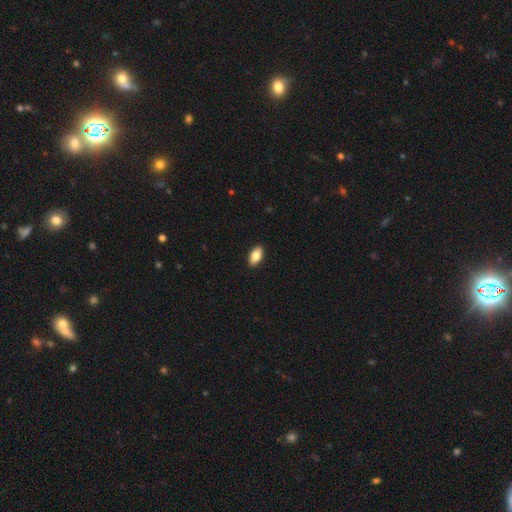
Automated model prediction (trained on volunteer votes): Overall: smooth (81%). How rounded: in between (90%). Merging: none (91%).